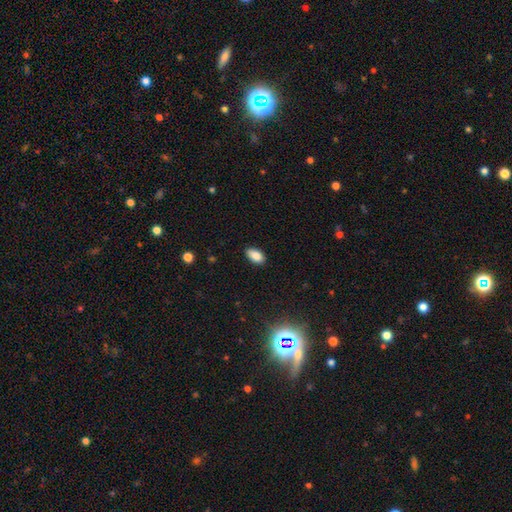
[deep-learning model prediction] Morphology: type=smooth (86%); roundness=in between (92%); merging=none (84%).